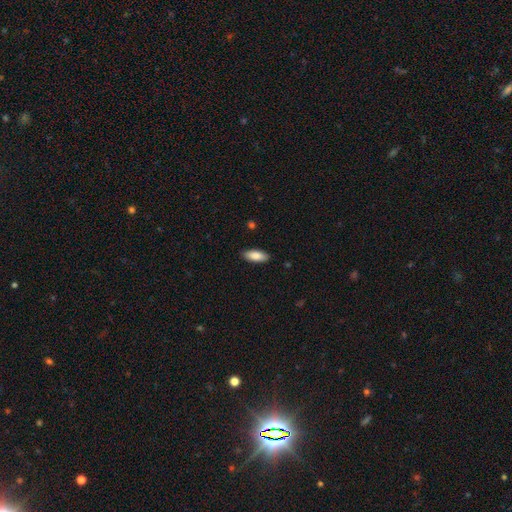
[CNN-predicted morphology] type=smooth (87%); roundness=in between (78%); merging=none (88%).